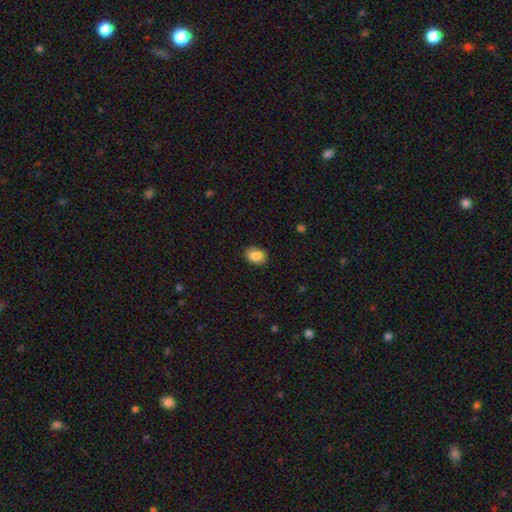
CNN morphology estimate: Smooth or featured? Predicted: smooth (p=0.86). How rounded? Predicted: in between (p=0.69). Merging? Predicted: none (p=0.85).